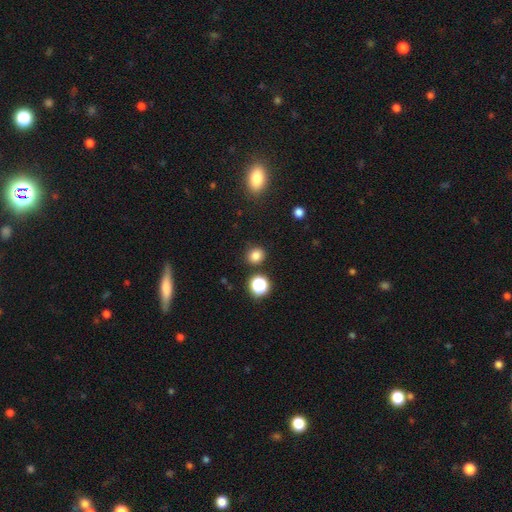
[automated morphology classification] Smooth or featured?
  - smooth: 80% *
  - star or artifact: 15%
  - featured or disk: 5%
How rounded?
  - round: 82% *
  - in between: 17%
  - cigar-shaped: 1%
Merging?
  - none: 86% *
  - minor disturbance: 8%
  - merger: 4%
  - major disturbance: 3%